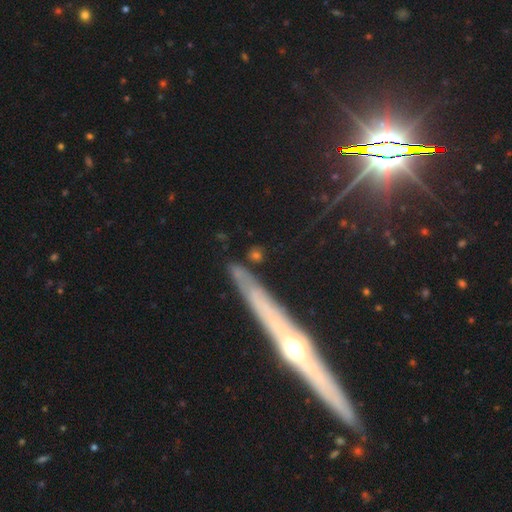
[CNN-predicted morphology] A smooth galaxy with no disk features (56%) that is cigar-shaped (47%). Merging: none (78%).